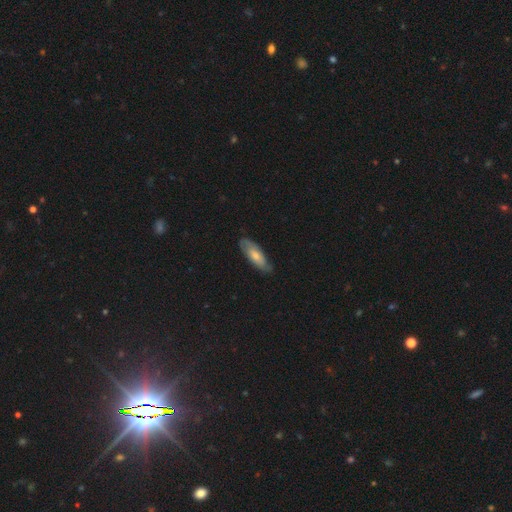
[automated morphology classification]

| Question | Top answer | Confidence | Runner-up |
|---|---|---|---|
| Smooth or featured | smooth | 56% | featured or disk (38%) |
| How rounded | in between | 64% | cigar-shaped (34%) |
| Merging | none | 75% | minor disturbance (20%) |